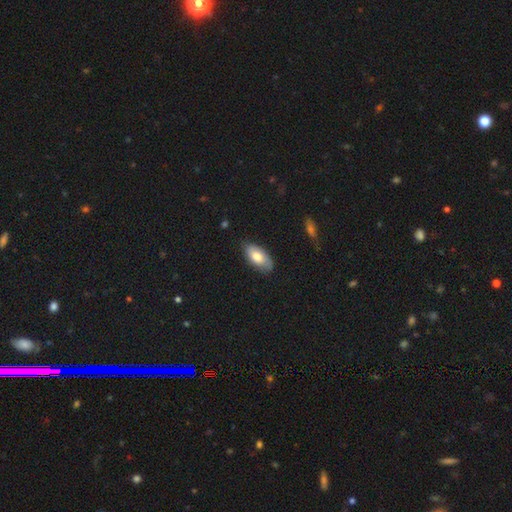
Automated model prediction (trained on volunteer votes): Morphology: type=smooth (72%); roundness=in between (93%); merging=none (77%).